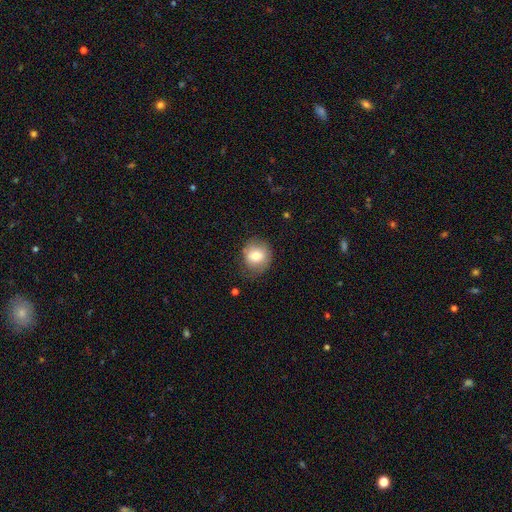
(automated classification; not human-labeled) Smooth or featured?
  - smooth: 75% *
  - featured or disk: 16%
  - star or artifact: 9%
How rounded?
  - round: 80% *
  - in between: 19%
  - cigar-shaped: 1%
Merging?
  - none: 73% *
  - minor disturbance: 20%
  - major disturbance: 6%
  - merger: 1%